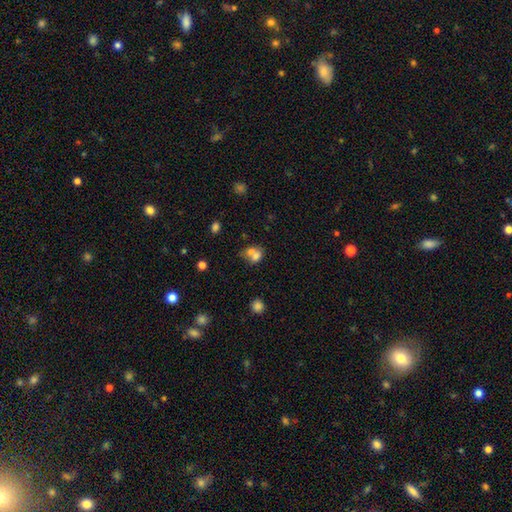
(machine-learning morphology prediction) Q: Smooth or featured?
A: smooth (68%); runner-up: featured or disk (21%)
Q: How rounded?
A: round (52%); runner-up: in between (46%)
Q: Merging?
A: merger (65%); runner-up: none (23%)